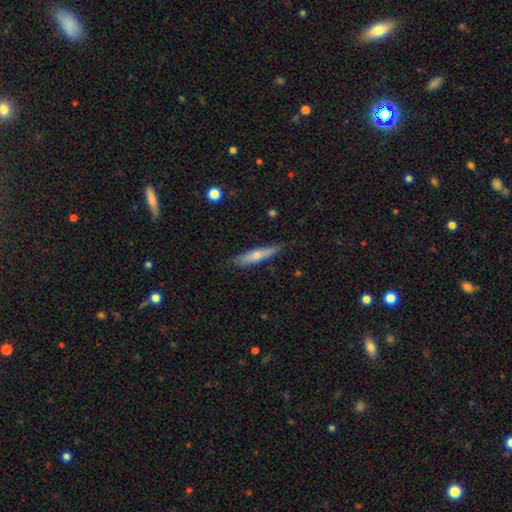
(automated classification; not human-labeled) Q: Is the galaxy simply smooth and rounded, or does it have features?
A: smooth — 51%.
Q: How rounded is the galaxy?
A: cigar-shaped — 88%.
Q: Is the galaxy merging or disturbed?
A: none — 83%.